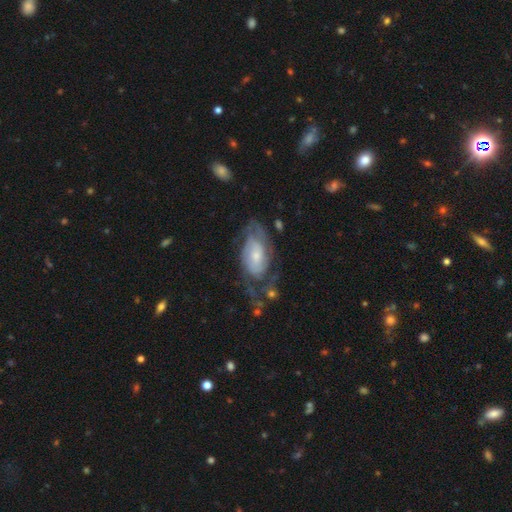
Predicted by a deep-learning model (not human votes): Smooth or featured? featured or disk (74%)
Edge-on disk? no (95%)
Bar? no (63%)
Spiral arms? yes (87%)
Spiral winding? tight (42%)
Spiral arm count? 2 (40%)
Bulge size? small (49%)
Merging? none (43%)